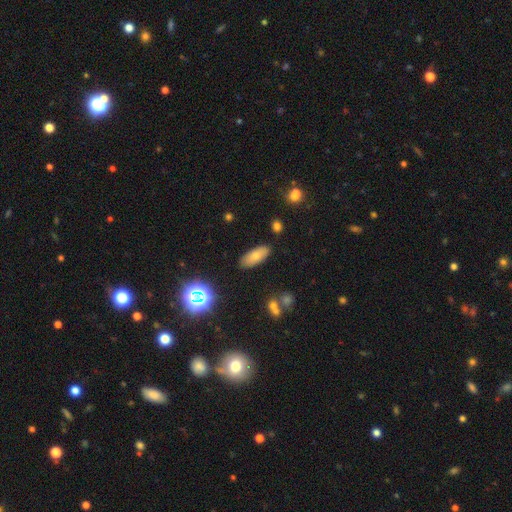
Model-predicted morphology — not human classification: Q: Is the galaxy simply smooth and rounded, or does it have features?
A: smooth — 72%.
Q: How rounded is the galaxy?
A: in between — 78%.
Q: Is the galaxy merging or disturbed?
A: none — 85%.